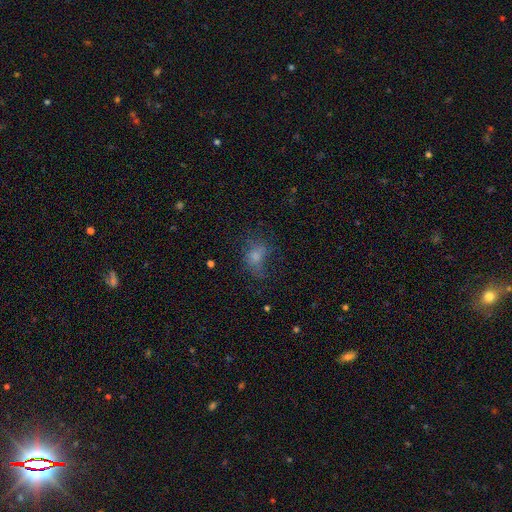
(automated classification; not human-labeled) smooth 60%, featured or disk 21%, star or artifact 19%. Down the decision tree: how rounded — in between (57%); merging — none (47%).